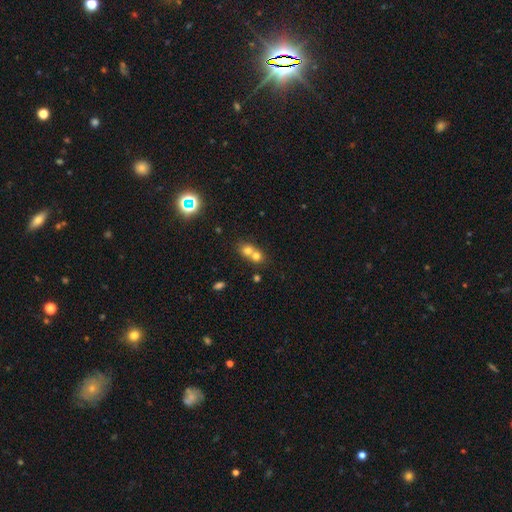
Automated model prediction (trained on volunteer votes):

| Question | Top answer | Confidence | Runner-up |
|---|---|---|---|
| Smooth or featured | smooth | 69% | featured or disk (16%) |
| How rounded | round | 75% | in between (24%) |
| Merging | merger | 65% | none (29%) |